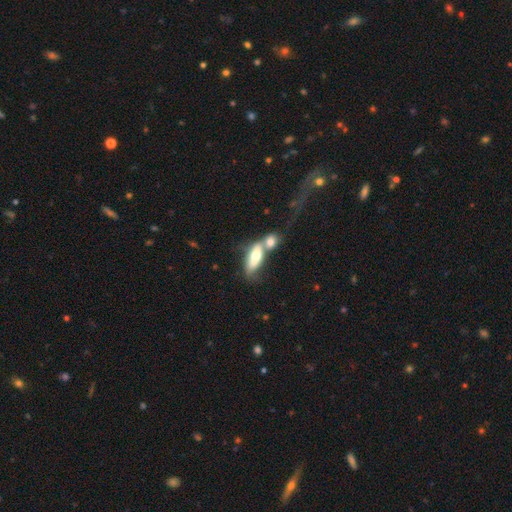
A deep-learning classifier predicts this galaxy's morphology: Smooth or featured? Predicted: smooth (p=0.59). How rounded? Predicted: in between (p=0.71). Merging? Predicted: merger (p=0.64).